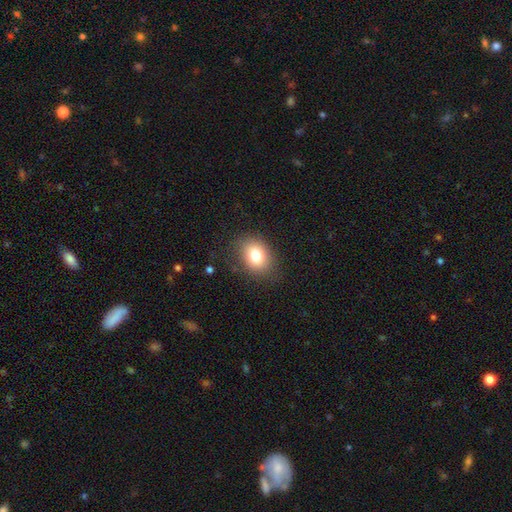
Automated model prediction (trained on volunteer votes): Smooth or featured?
  - smooth: 79% *
  - star or artifact: 11%
  - featured or disk: 10%
How rounded?
  - in between: 60% *
  - round: 39%
  - cigar-shaped: 1%
Merging?
  - none: 83% *
  - minor disturbance: 12%
  - major disturbance: 4%
  - merger: 1%